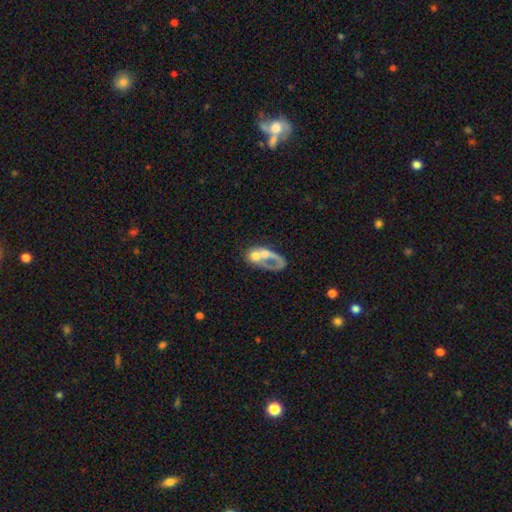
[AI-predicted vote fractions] Overall: featured or disk (52%; smooth 39%). Edge-on disk: no (96%). Merging: merger (46%; major disturbance 27%).